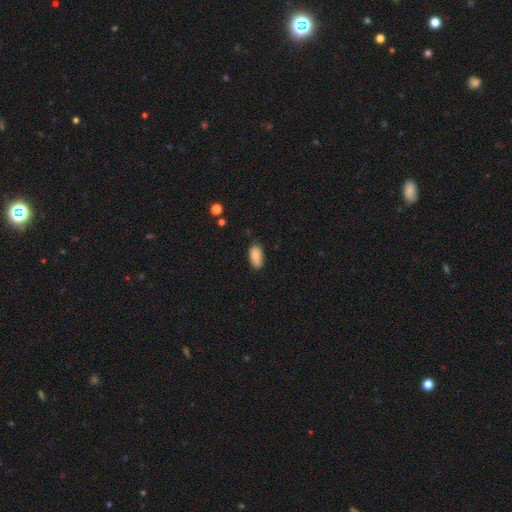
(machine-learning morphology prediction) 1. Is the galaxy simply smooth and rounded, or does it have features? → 87% smooth, 8% star or artifact, 6% featured or disk.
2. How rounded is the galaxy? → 92% in between, 5% cigar-shaped, 3% round.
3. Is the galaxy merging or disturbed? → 77% none, 18% minor disturbance, 3% major disturbance, 2% merger.